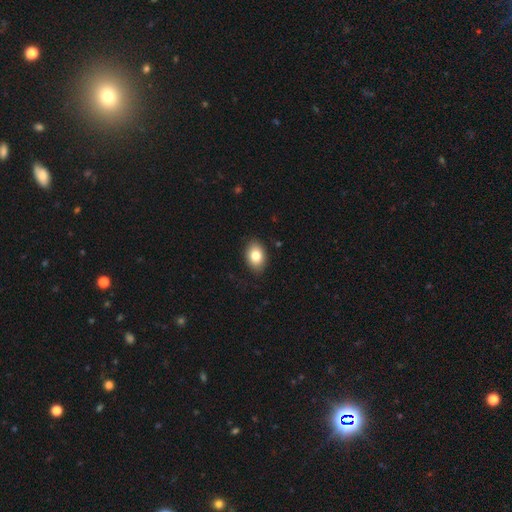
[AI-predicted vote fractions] A smooth galaxy with no disk features (82%) that is in between round and cigar-shaped (81%). Merging: none (87%).